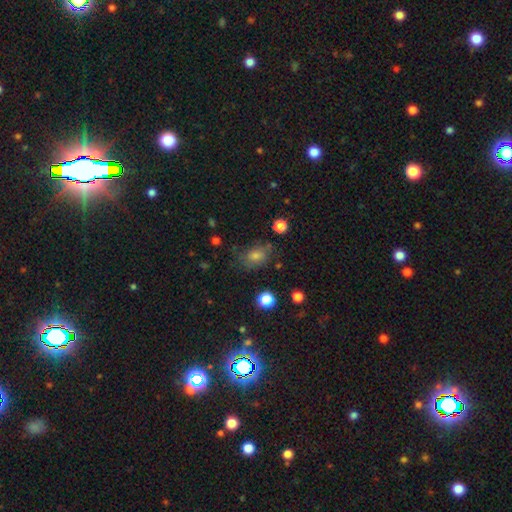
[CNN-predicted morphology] This appears to be a smooth galaxy with no disk features (62%) that is in between round and cigar-shaped (61%). Merging: none (69%).